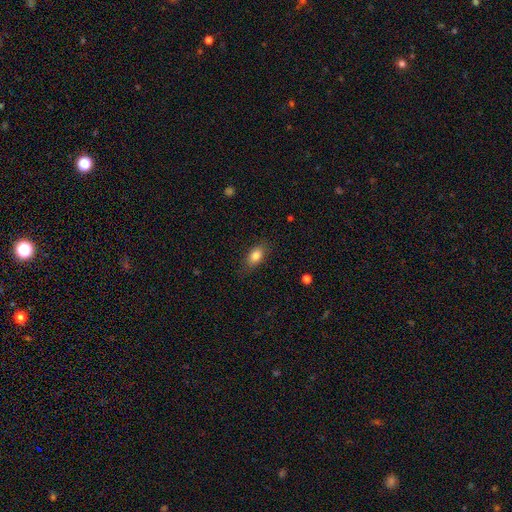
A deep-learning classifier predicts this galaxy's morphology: type=smooth (82%); roundness=in between (84%); merging=none (81%).